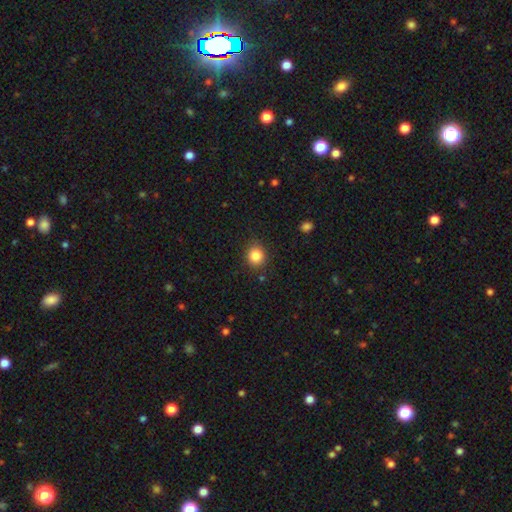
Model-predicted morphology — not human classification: This appears to be a smooth galaxy with no disk features (84%) that is round (83%). Merging: none (87%).